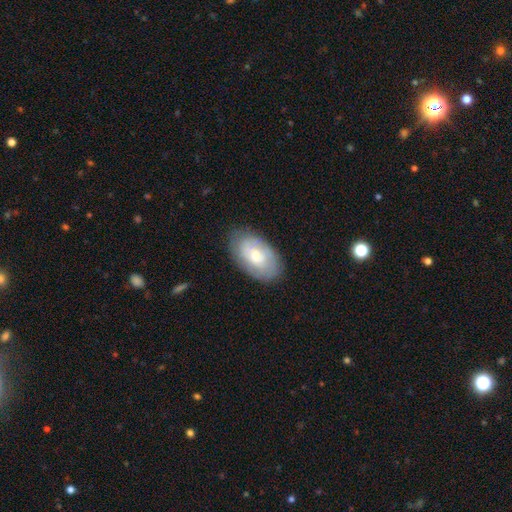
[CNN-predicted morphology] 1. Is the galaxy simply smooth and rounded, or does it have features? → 49% featured or disk, 44% smooth, 6% star or artifact.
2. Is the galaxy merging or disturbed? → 78% none, 17% minor disturbance, 4% major disturbance, 1% merger.